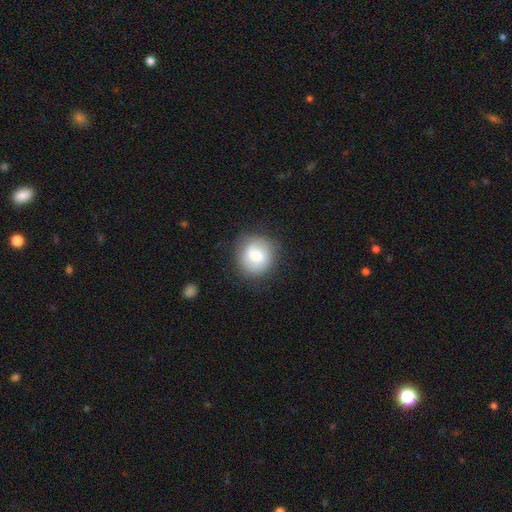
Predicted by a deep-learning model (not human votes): Q: Smooth or featured?
A: smooth (73%); runner-up: featured or disk (20%)
Q: How rounded?
A: round (86%); runner-up: in between (13%)
Q: Merging?
A: none (77%); runner-up: minor disturbance (16%)